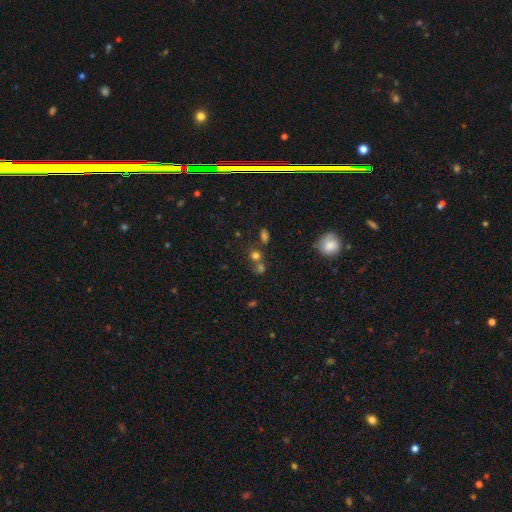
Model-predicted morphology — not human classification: Smooth or featured? smooth (67%)
How rounded? round (74%)
Merging? none (50%)